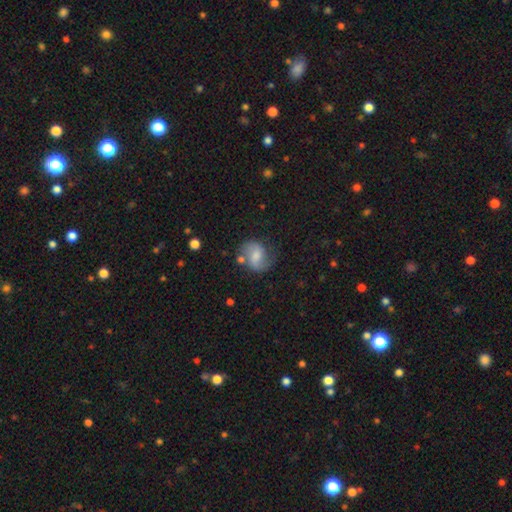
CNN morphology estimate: smooth_or_featured: featured or disk (p=0.59) [alt: smooth p=0.33]
disk_edge_on: no (p=0.97) [alt: yes p=0.03]
bar: weak (p=0.49) [alt: no p=0.33]
has_spiral_arms: yes (p=0.88) [alt: no p=0.12]
spiral_winding: medium (p=0.44) [alt: loose p=0.42]
spiral_arm_count: 2 (p=0.85) [alt: 1 p=0.06]
bulge_size: moderate (p=0.40) [alt: small p=0.31]
merging: none (p=0.63) [alt: minor disturbance p=0.21]